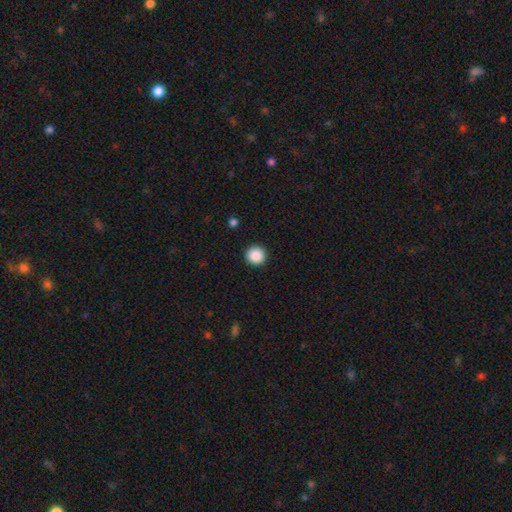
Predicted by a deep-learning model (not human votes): This appears to be a smooth galaxy with no disk features (88%) that is round (95%). Merging: none (92%).